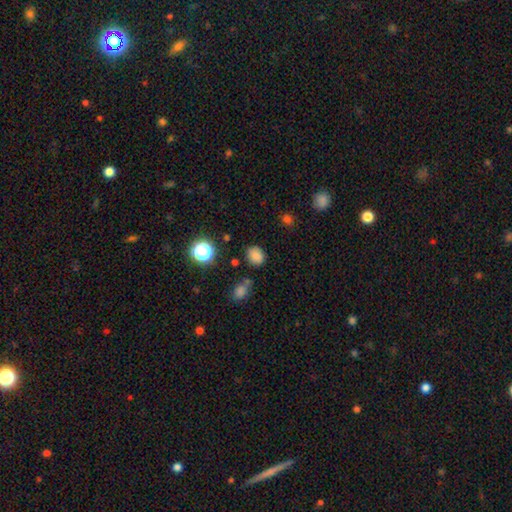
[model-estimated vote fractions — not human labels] Morphology: type=smooth (79%); roundness=round (67%); merging=none (78%).